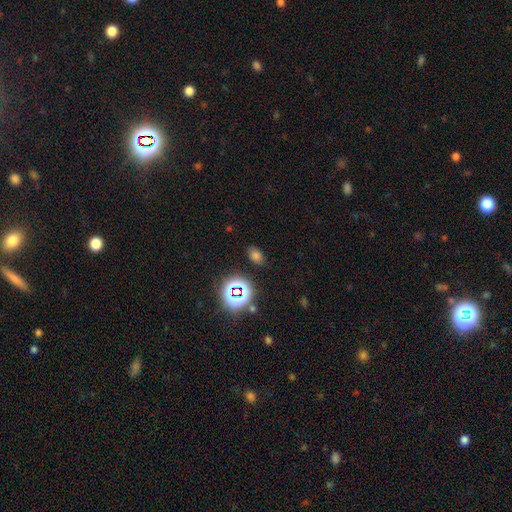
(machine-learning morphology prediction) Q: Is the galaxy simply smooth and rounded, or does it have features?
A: smooth — 67%.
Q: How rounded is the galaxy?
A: in between — 83%.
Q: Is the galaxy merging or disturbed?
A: none — 84%.